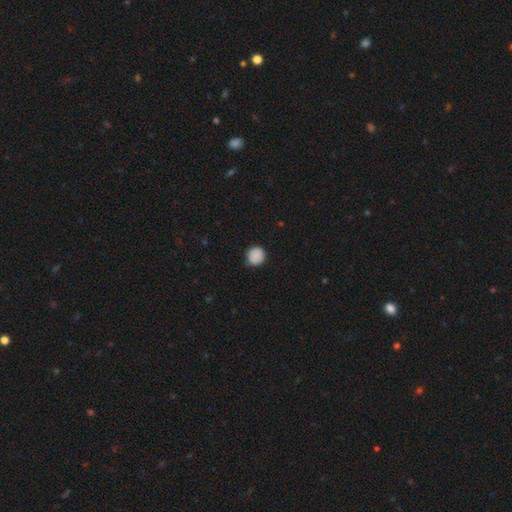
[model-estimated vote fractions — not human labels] This is clearly a smooth galaxy (88%). How rounded: clearly round (92%). Merging: clearly none (84%).